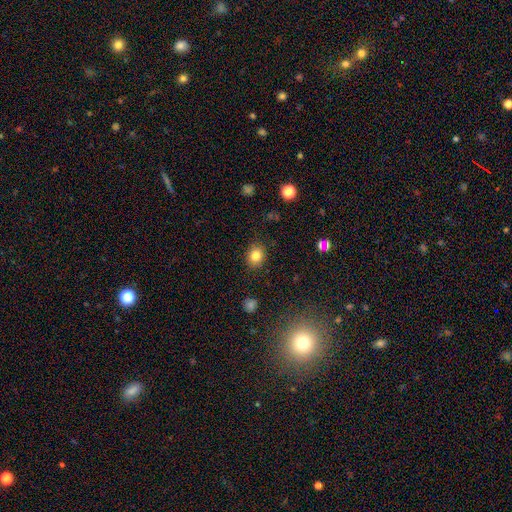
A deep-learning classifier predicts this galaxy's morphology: smooth 83%, star or artifact 11%, featured or disk 7%. Down the decision tree: how rounded — round (66%); merging — none (88%).